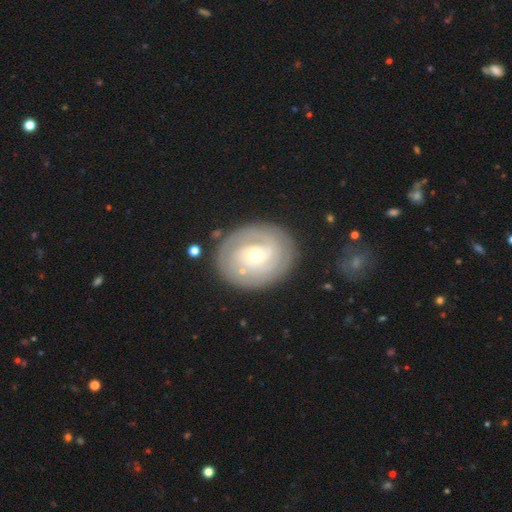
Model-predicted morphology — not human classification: Overall: featured or disk (76%). Edge-on disk: no (97%). Bar: no (63%; weak 29%). Spiral arms: yes (84%). Spiral arm count: 2 (35%, tied with can't tell). Spiral winding: tight (74%). Bulge size: moderate (58%; small 36%). Merging: none (81%).